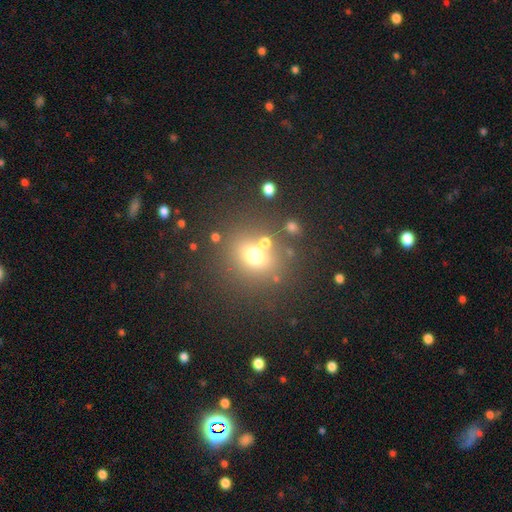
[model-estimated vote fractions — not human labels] A smooth galaxy with no disk features (50%) that is round (71%). Merging: none (74%).